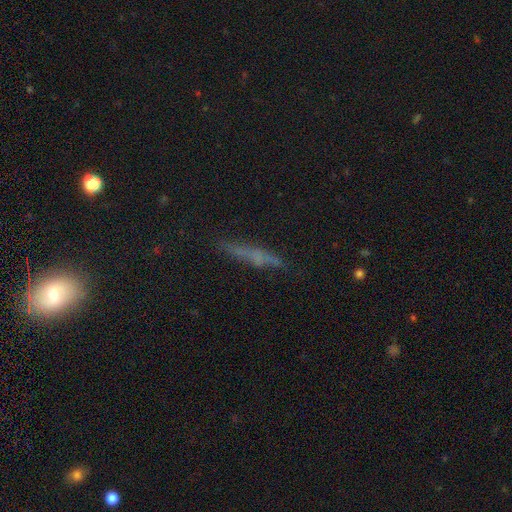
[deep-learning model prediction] smooth_or_featured: smooth (p=0.42) [alt: featured or disk p=0.41]
merging: none (p=0.77) [alt: minor disturbance p=0.16]